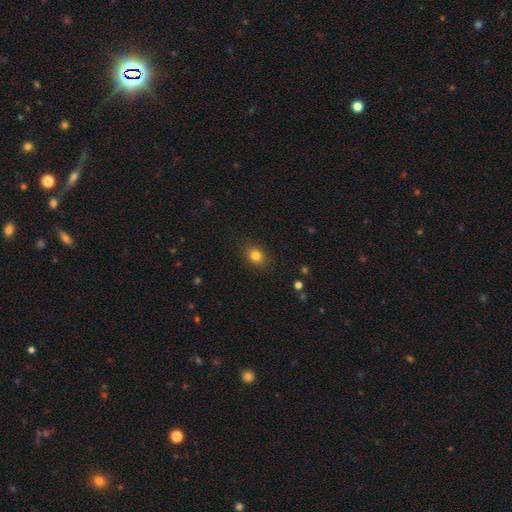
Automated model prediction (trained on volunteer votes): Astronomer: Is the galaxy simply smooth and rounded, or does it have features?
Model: smooth — 82%.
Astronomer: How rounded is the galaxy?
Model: round — 59% (runner-up: in between, 40%).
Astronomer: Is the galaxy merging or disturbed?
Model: none — 87%.